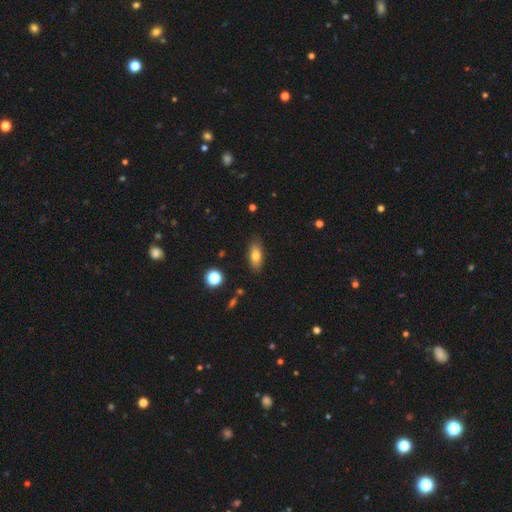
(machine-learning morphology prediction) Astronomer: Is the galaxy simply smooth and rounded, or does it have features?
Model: smooth — 76%.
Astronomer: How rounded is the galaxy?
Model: in between — 81%.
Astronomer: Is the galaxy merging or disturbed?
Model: none — 85%.